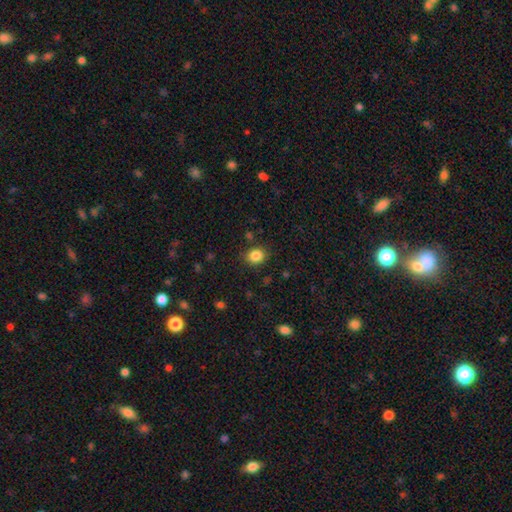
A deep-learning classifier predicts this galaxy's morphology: Smooth or featured?
  - smooth: 85% *
  - star or artifact: 10%
  - featured or disk: 5%
How rounded?
  - round: 64% *
  - in between: 35%
  - cigar-shaped: 1%
Merging?
  - none: 85% *
  - minor disturbance: 10%
  - major disturbance: 3%
  - merger: 2%